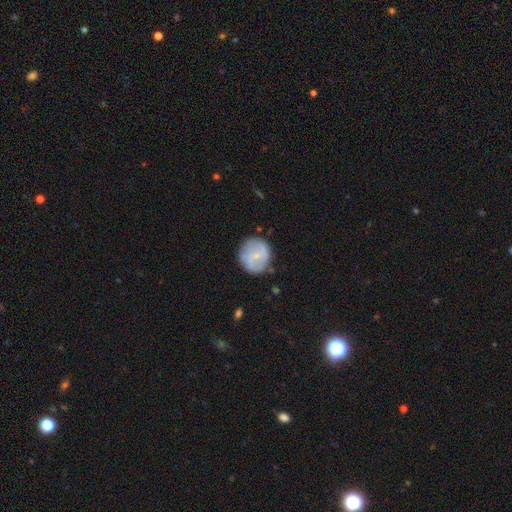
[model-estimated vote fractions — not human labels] Smooth or featured?
  - featured or disk: 50% *
  - smooth: 43%
  - star or artifact: 7%
Edge-on disk?
  - no: 97% *
  - yes: 3%
Merging?
  - none: 77% *
  - minor disturbance: 16%
  - major disturbance: 5%
  - merger: 2%